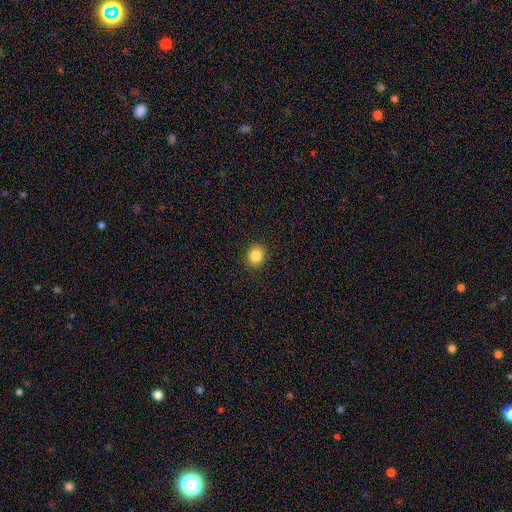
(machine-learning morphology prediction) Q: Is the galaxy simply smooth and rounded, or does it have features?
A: smooth — 86%.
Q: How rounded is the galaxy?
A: round — 80%.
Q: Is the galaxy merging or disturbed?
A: none — 90%.